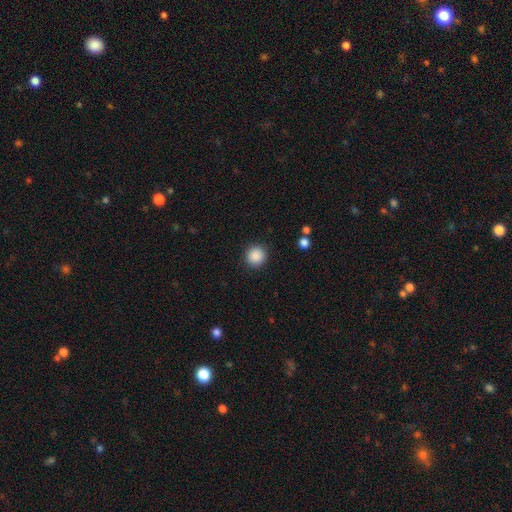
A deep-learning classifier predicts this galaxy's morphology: type=smooth (88%); roundness=round (93%); merging=none (91%).